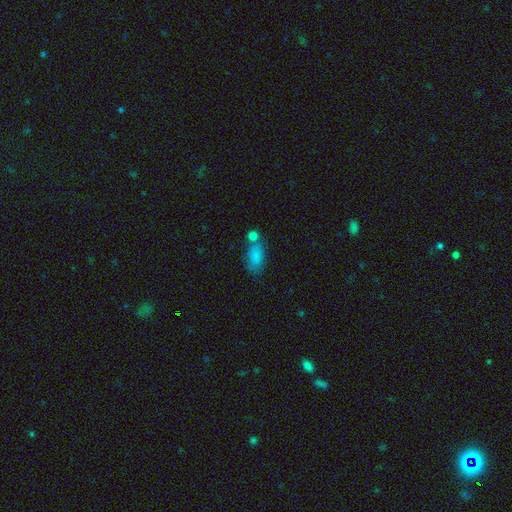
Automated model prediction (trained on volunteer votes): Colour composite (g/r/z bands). It shows a smooth galaxy with no disk features (81%) that is in between round and cigar-shaped (87%). Merging: none (50%).